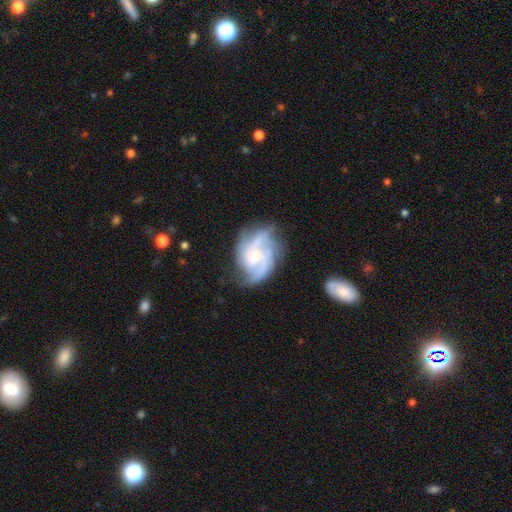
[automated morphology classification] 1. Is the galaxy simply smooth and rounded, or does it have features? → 79% featured or disk, 15% smooth, 6% star or artifact.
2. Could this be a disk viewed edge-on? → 98% no, 2% yes.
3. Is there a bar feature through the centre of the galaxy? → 57% no, 37% weak, 6% strong.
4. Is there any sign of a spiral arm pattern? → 89% yes, 11% no.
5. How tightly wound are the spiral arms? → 44% medium, 38% tight, 18% loose.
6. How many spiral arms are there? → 33% 2, 27% can't tell, 25% 3, 6% 4, 6% 1, 4% more than 4.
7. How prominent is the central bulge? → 45% moderate, 42% small, 8% none, 5% large, 1% dominant.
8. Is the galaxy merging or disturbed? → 52% none, 26% minor disturbance, 18% major disturbance, 5% merger.